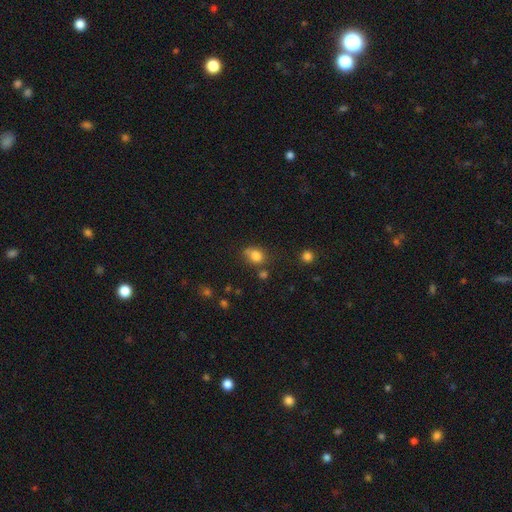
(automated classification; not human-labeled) smooth 81%, star or artifact 12%, featured or disk 7%. Down the decision tree: how rounded — round (51%); merging — none (54%).